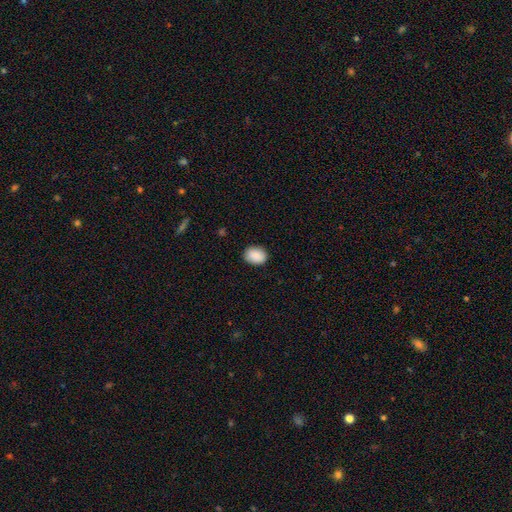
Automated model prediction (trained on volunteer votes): smooth-or-featured: smooth: 90% | star or artifact: 7% | featured or disk: 3%
  how-rounded: in between: 62% | round: 37% | cigar-shaped: 1%
  merging: none: 87% | minor disturbance: 10% | major disturbance: 2% | merger: 1%